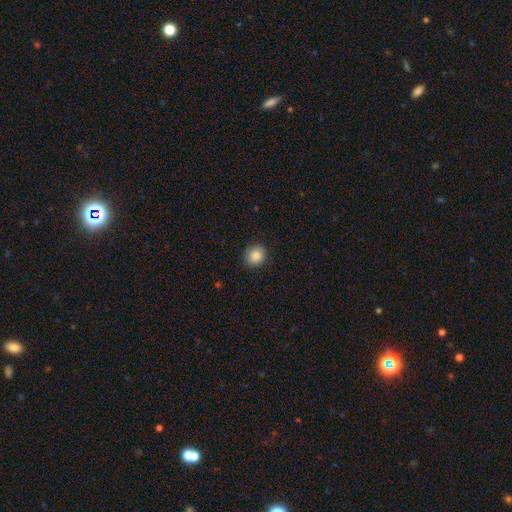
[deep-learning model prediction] Overall: smooth (87%). How rounded: round (80%). Merging: none (90%).